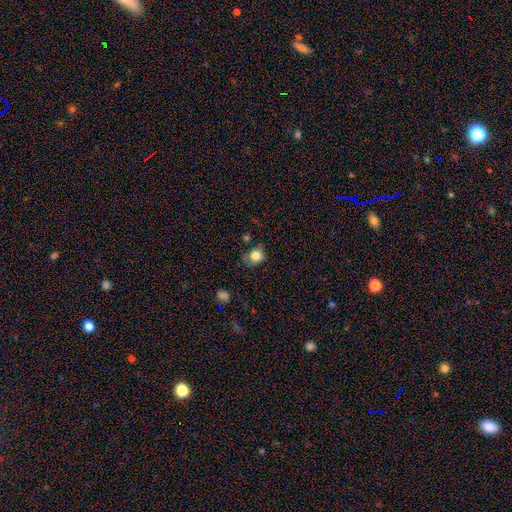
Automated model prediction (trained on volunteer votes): Smooth or featured? Predicted: smooth (p=0.82). How rounded? Predicted: round (p=0.74). Merging? Predicted: none (p=0.62).